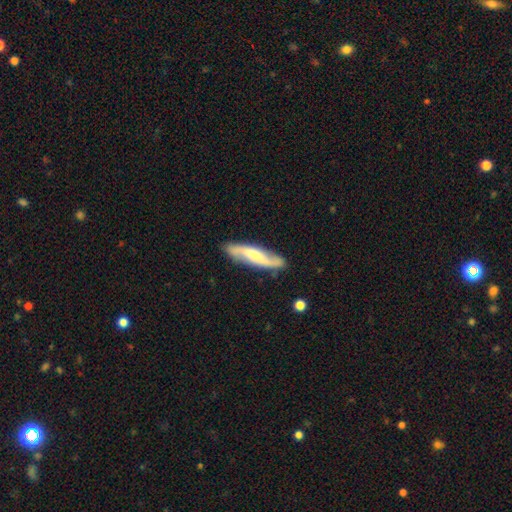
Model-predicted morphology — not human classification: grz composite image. It shows a featured or disk galaxy (66%). Merging: none (83%).